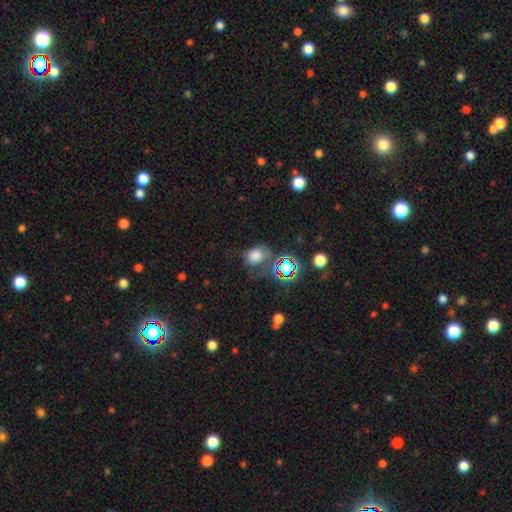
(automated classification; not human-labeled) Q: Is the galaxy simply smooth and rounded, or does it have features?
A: smooth — 67%.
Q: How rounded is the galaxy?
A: round — 54%.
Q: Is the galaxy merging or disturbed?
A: none — 48%.